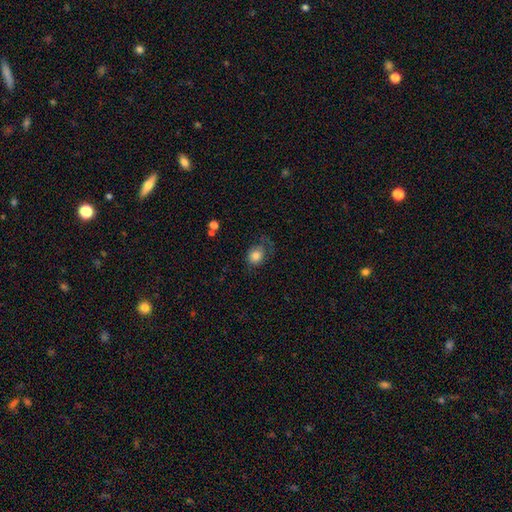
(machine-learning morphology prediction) smooth_or_featured: smooth (p=0.78) [alt: featured or disk p=0.13]
how_rounded: round (p=0.59) [alt: in between p=0.40]
merging: none (p=0.49) [alt: minor disturbance p=0.26]